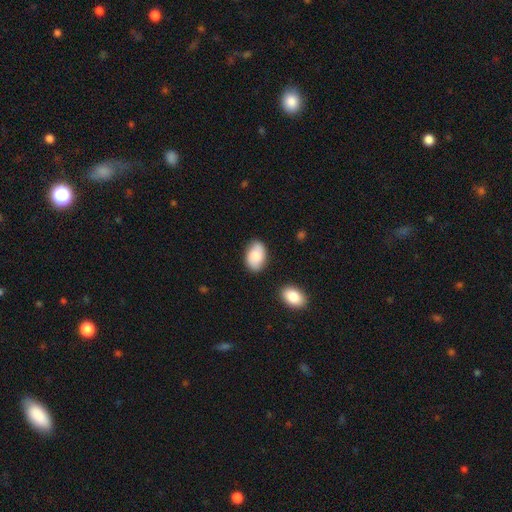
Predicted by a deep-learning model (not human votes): Q: Smooth or featured?
A: smooth (76%); runner-up: featured or disk (17%)
Q: How rounded?
A: in between (90%); runner-up: round (9%)
Q: Merging?
A: none (76%); runner-up: minor disturbance (17%)